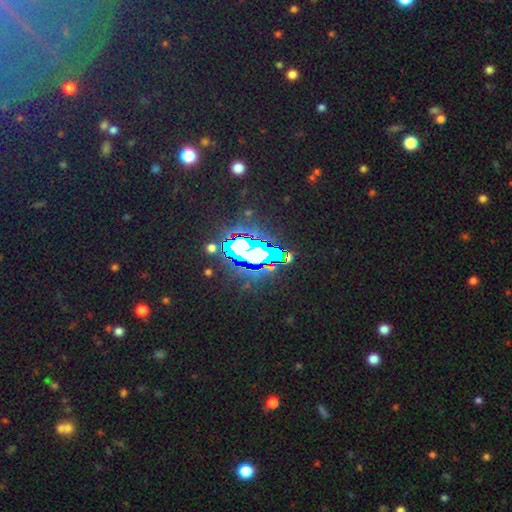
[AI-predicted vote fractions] A star or artifact, not a galaxy (71%).